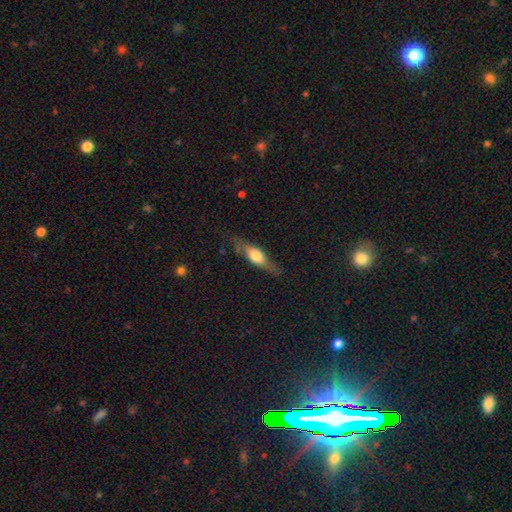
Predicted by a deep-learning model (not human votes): Smooth or featured? smooth (49%)
Merging? none (69%)